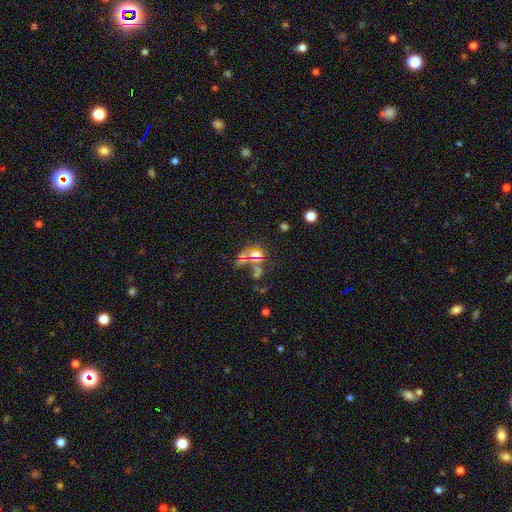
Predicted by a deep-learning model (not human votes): The model was most divided on "smooth or featured" (2-way tie): star or artifact: 39%, smooth: 39%, featured or disk: 22%.